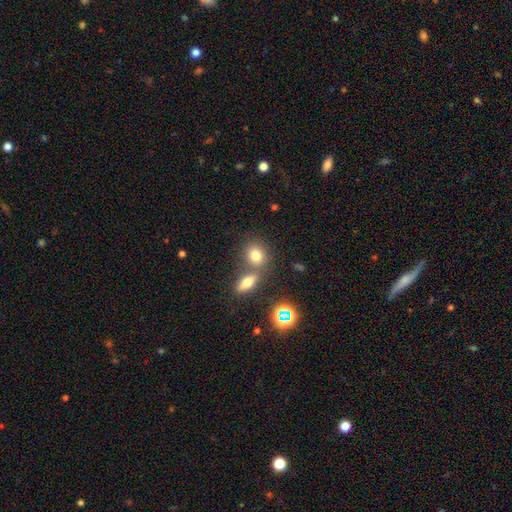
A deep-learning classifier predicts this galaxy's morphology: This is likely a smooth galaxy (75%). How rounded: likely round (61%). Merging: possibly none (55%).